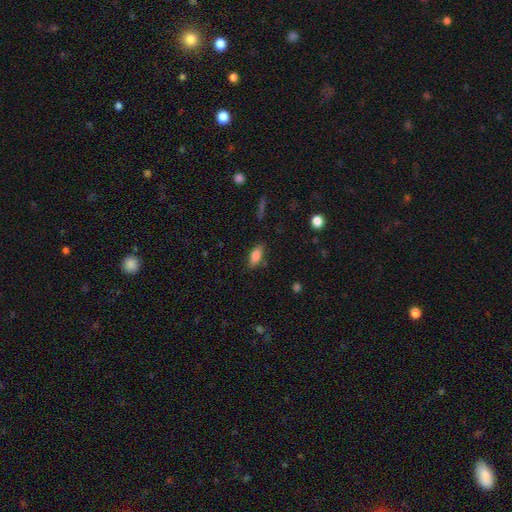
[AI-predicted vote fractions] smooth 83%, featured or disk 9%, star or artifact 8%. Down the decision tree: how rounded — in between (83%); merging — none (80%).